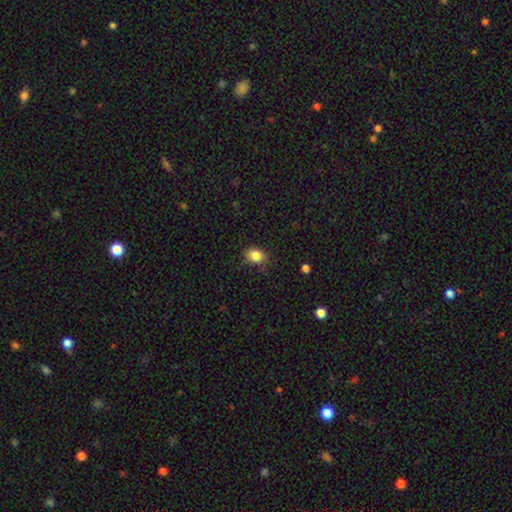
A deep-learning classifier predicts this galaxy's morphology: Overall: smooth (85%). How rounded: in between (52%; round 47%). Merging: none (76%).